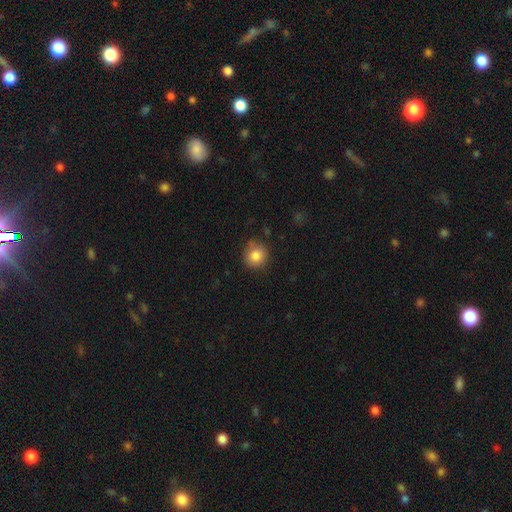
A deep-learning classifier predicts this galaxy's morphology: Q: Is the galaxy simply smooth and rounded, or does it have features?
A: smooth — 84%.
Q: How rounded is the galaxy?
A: round — 90%.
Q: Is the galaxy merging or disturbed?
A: none — 81%.